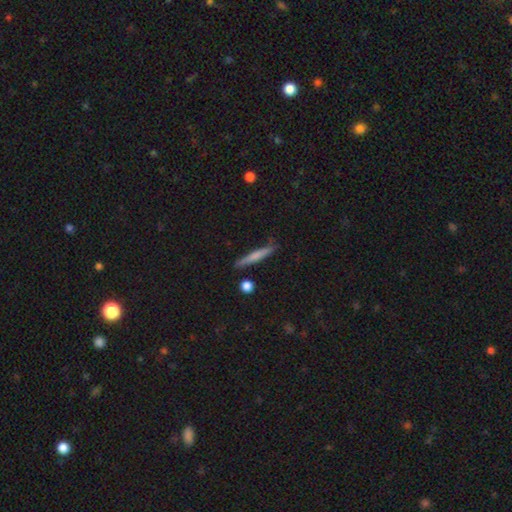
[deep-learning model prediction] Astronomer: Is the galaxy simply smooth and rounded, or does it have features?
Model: smooth — 63%.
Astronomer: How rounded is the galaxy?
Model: cigar-shaped — 94%.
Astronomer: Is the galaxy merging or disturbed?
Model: none — 82%.